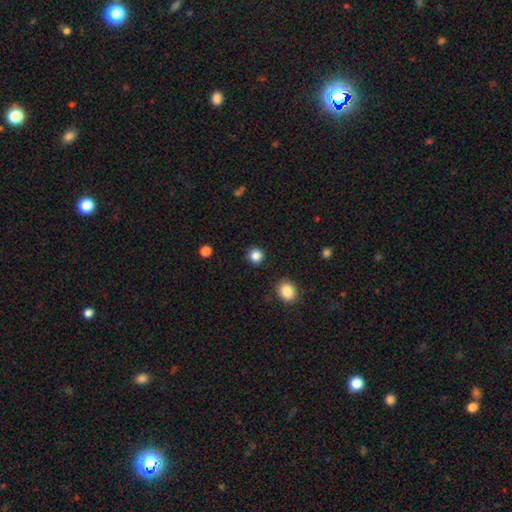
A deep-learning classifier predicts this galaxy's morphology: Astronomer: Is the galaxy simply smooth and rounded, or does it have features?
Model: smooth — 86%.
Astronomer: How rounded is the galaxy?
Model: round — 92%.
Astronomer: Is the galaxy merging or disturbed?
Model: none — 91%.